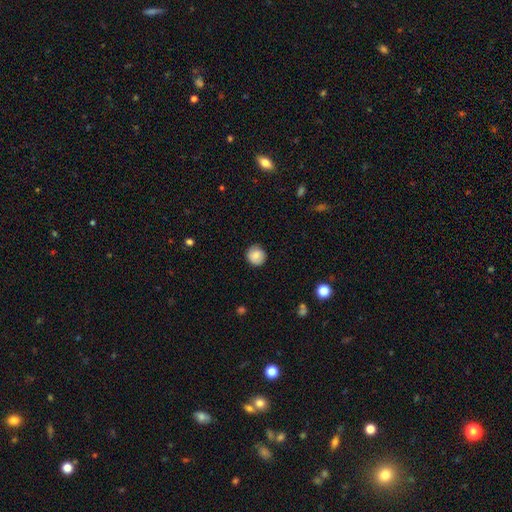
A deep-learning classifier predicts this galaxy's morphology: Overall: smooth (83%). How rounded: round (92%). Merging: none (85%).